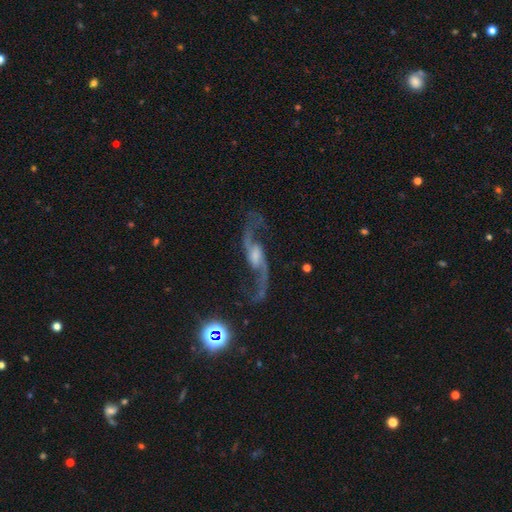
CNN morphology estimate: A featured or disk galaxy (89%) with a weak bar (45%), 2 (94%) loose (83%) spiral arms (97%) and a moderate central bulge (40%).

Vote fractions:
- Smooth or featured? featured or disk: 89% / star or artifact: 7% / smooth: 4%
- Edge-on disk? no: 93% / yes: 7%
- Bar? weak: 45% / no: 39% / strong: 16%
- Spiral arms? yes: 97% / no: 3%
- Spiral winding? loose: 83% / medium: 14% / tight: 3%
- Spiral arm count? 2: 94% / 1: 2% / can't tell: 1% / 3: 1% / 4: 1% / more than 4: 1%
- Bulge size? moderate: 40% / small: 29% / none: 15% / large: 14% / dominant: 3%
- Merging? none: 74% / minor disturbance: 13% / major disturbance: 10% / merger: 3%